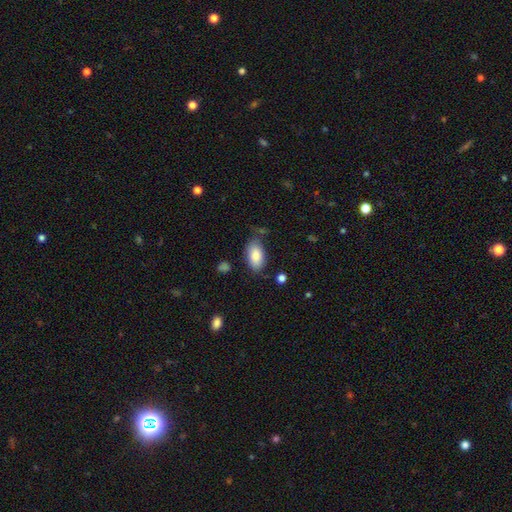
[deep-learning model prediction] Smooth or featured? smooth (84%)
How rounded? in between (94%)
Merging? none (72%)